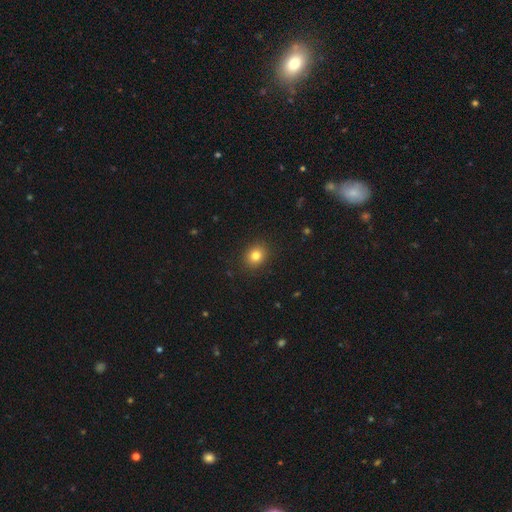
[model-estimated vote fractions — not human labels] This appears to be a smooth galaxy with no disk features (82%) that is round (69%). Merging: none (90%).